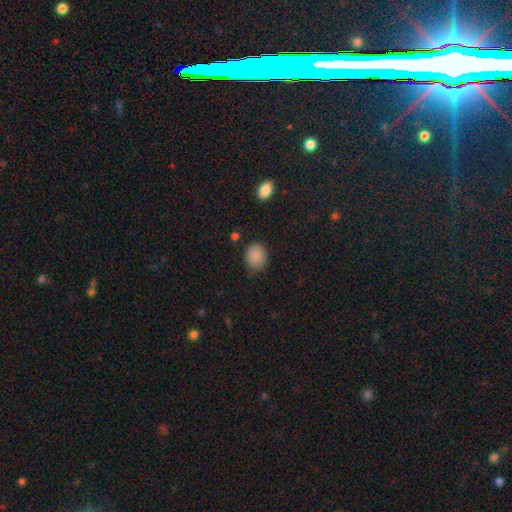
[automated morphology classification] Smooth or featured? smooth (87%)
How rounded? round (53%)
Merging? none (78%)